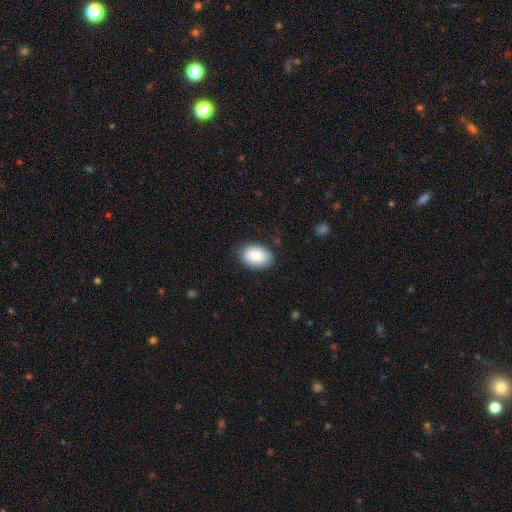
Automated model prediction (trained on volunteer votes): A smooth galaxy with no disk features (88%) that is in between round and cigar-shaped (84%).

Vote fractions:
- Smooth or featured? smooth: 88% / star or artifact: 6% / featured or disk: 6%
- How rounded? in between: 84% / round: 15% / cigar-shaped: 1%
- Merging? none: 83% / minor disturbance: 13% / major disturbance: 3% / merger: 1%